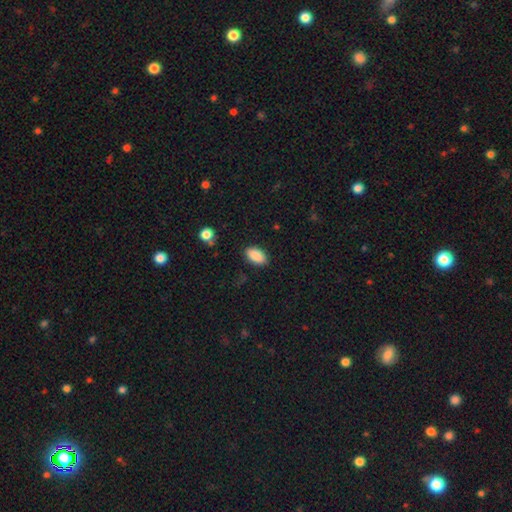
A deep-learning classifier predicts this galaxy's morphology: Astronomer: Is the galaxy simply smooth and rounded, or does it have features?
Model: smooth — 88%.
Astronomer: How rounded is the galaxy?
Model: in between — 93%.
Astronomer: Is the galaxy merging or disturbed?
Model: none — 86%.